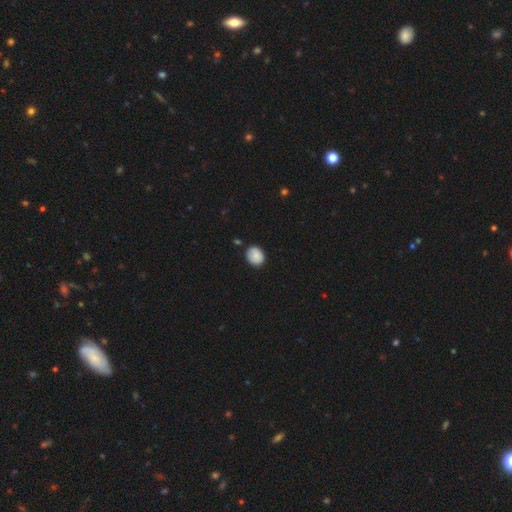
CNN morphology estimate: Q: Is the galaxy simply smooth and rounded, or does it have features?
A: smooth — 86%.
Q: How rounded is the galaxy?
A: round — 55%.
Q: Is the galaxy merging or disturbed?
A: none — 80%.